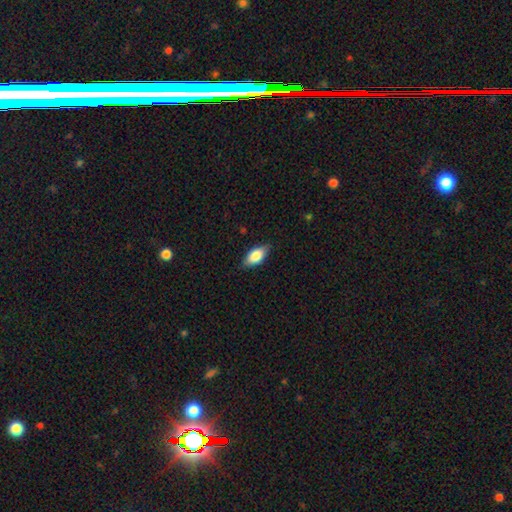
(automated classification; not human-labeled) This appears to be a smooth galaxy with no disk features (76%) that is in between round and cigar-shaped (88%). Merging: none (81%).